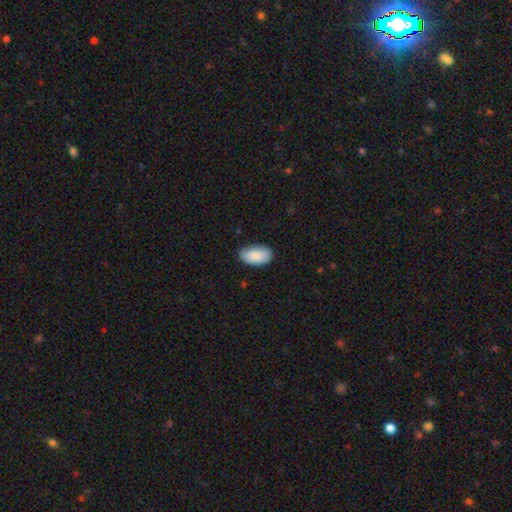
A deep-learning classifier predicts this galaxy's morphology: A smooth galaxy with no disk features (87%) that is in between round and cigar-shaped (95%).

Vote fractions:
- Smooth or featured? smooth: 87% / featured or disk: 7% / star or artifact: 6%
- How rounded? in between: 95% / round: 3% / cigar-shaped: 2%
- Merging? none: 75% / minor disturbance: 20% / major disturbance: 3% / merger: 1%